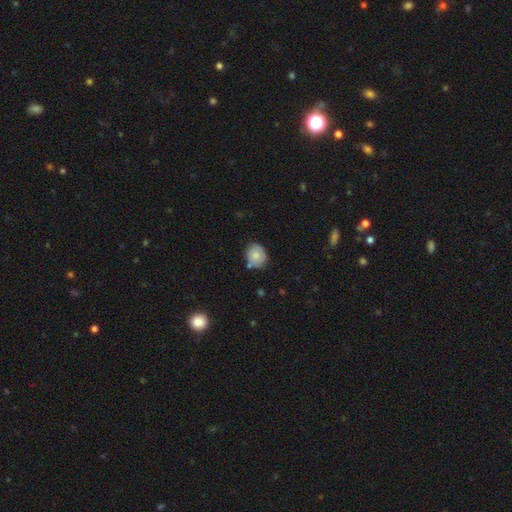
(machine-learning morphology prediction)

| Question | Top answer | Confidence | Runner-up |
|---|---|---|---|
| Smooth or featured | smooth | 78% | featured or disk (14%) |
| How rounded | round | 70% | in between (29%) |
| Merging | none | 74% | minor disturbance (17%) |